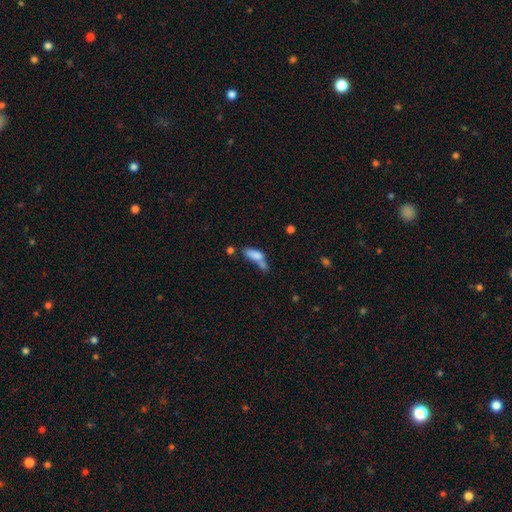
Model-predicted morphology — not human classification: smooth_or_featured: smooth (p=0.74) [alt: featured or disk p=0.16]
how_rounded: in between (p=0.64) [alt: cigar-shaped p=0.32]
merging: merger (p=0.42) [alt: none p=0.29]